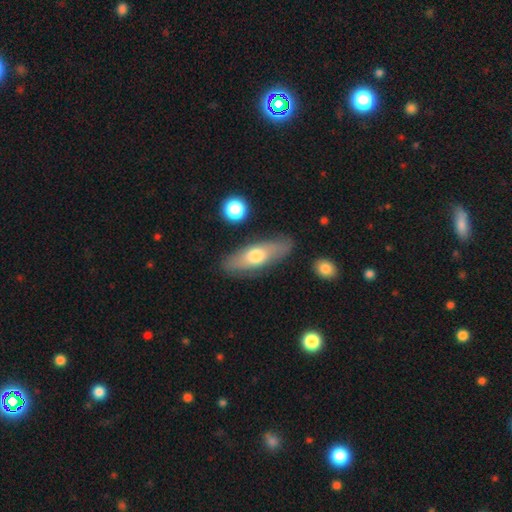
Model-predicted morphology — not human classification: Q: Smooth or featured?
A: smooth (59%); runner-up: featured or disk (36%)
Q: How rounded?
A: in between (54%); runner-up: cigar-shaped (43%)
Q: Merging?
A: none (81%); runner-up: minor disturbance (13%)